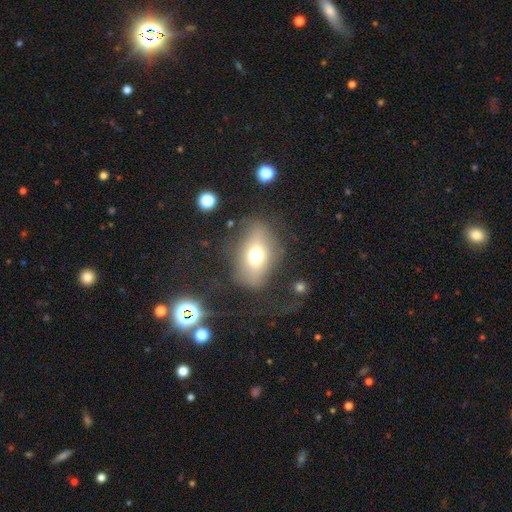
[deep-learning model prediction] Smooth or featured?
  - smooth: 60% *
  - featured or disk: 26%
  - star or artifact: 13%
How rounded?
  - in between: 72% *
  - round: 25%
  - cigar-shaped: 3%
Merging?
  - none: 60% *
  - minor disturbance: 19%
  - major disturbance: 17%
  - merger: 3%